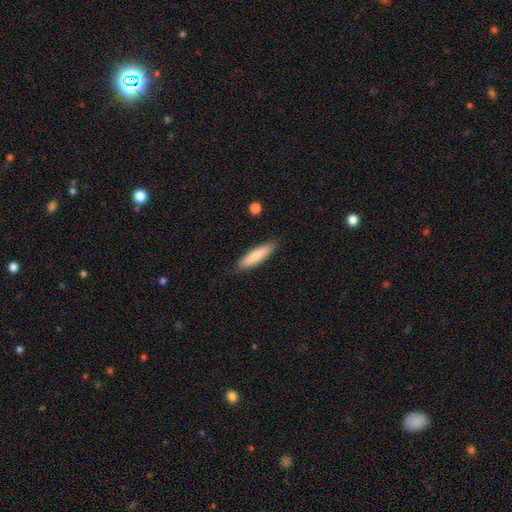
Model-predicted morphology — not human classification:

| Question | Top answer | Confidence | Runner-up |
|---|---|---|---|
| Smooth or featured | smooth | 78% | featured or disk (16%) |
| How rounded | cigar-shaped | 72% | in between (27%) |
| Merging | none | 86% | minor disturbance (11%) |